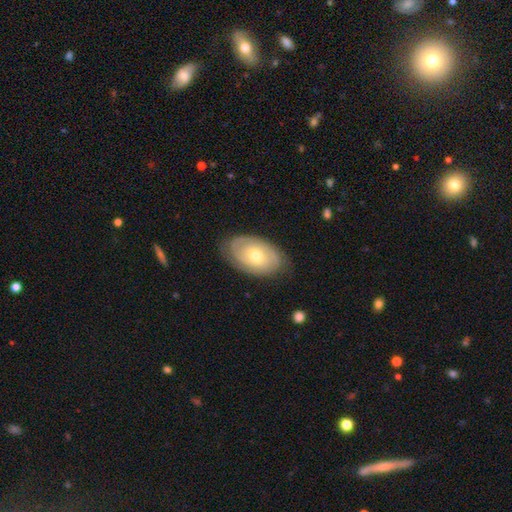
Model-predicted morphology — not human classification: This is likely a featured or disk galaxy (63%). It is clearly not viewed edge-on (93%). Bar: likely no (78%). Spiral arm pattern: likely yes (72%). Central bulge: likely moderate (63%). Merging: likely none (79%).